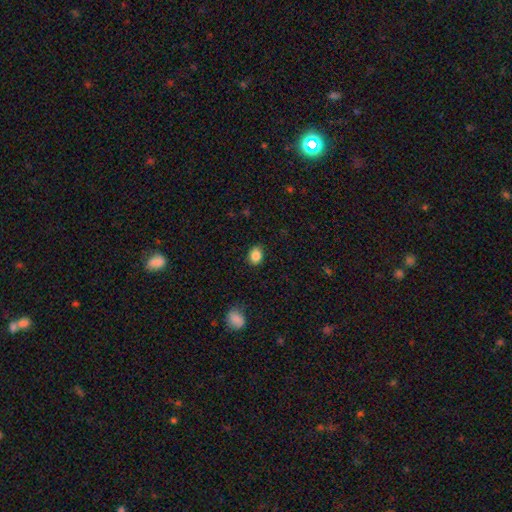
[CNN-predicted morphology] smooth 86%, star or artifact 10%, featured or disk 5%. Down the decision tree: how rounded — in between (55%); merging — none (85%).